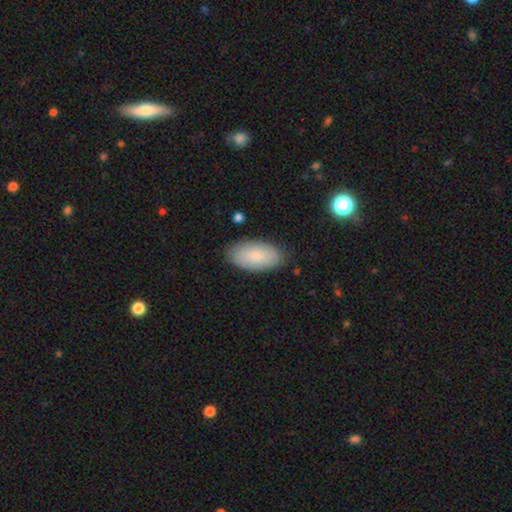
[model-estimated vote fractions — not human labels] This is clearly a smooth galaxy (83%). How rounded: clearly in between (94%). Merging: clearly none (86%).